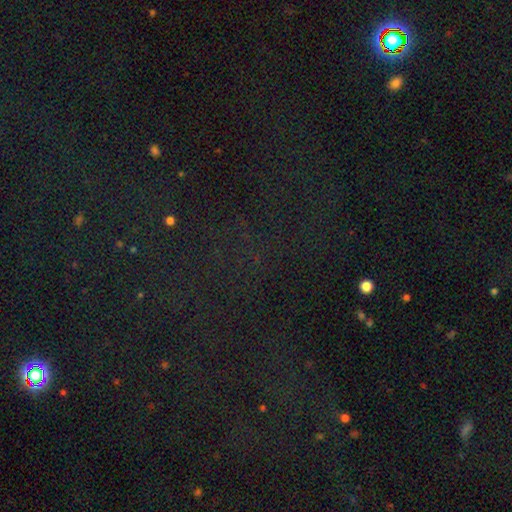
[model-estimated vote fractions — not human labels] This appears to be a star or artifact, not a galaxy (79%).